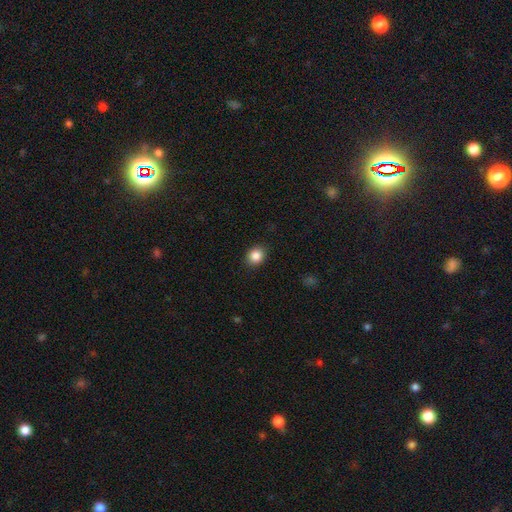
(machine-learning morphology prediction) A smooth galaxy with no disk features (86%) that is round (71%). Merging: none (89%).